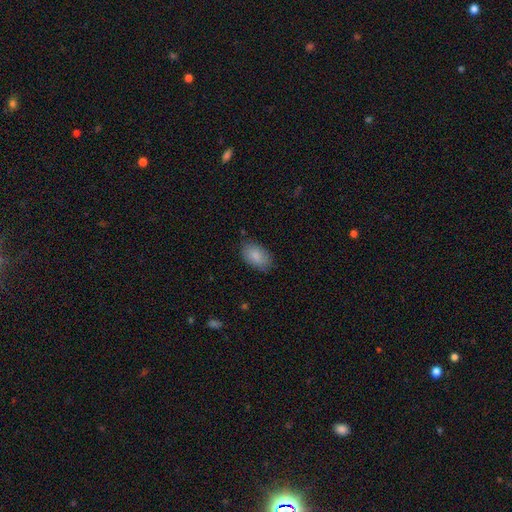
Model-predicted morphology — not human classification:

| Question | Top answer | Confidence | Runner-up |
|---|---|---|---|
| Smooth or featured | smooth | 86% | featured or disk (8%) |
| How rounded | in between | 92% | round (6%) |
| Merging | none | 80% | minor disturbance (16%) |